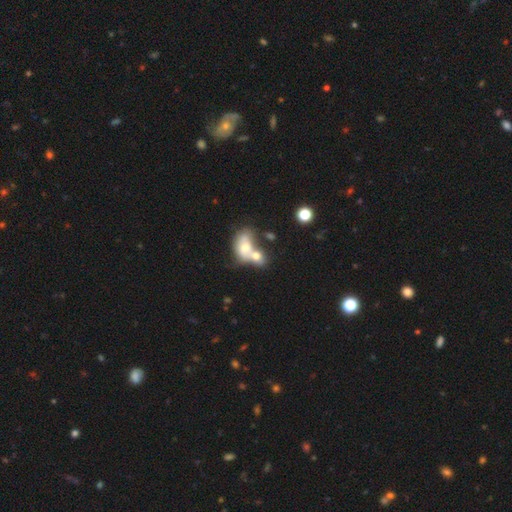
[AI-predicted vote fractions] smooth_or_featured: smooth (p=0.59) [alt: featured or disk p=0.30]
how_rounded: in between (p=0.74) [alt: round p=0.23]
merging: merger (p=0.71) [alt: none p=0.15]